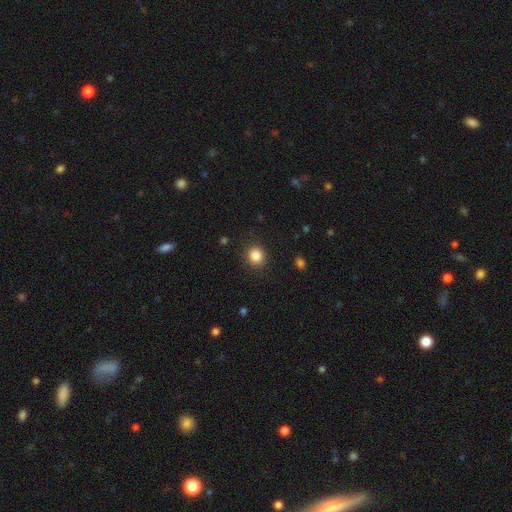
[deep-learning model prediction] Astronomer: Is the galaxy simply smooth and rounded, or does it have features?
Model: smooth — 85%.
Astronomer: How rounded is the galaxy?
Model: round — 87%.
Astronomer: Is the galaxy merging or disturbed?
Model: none — 89%.